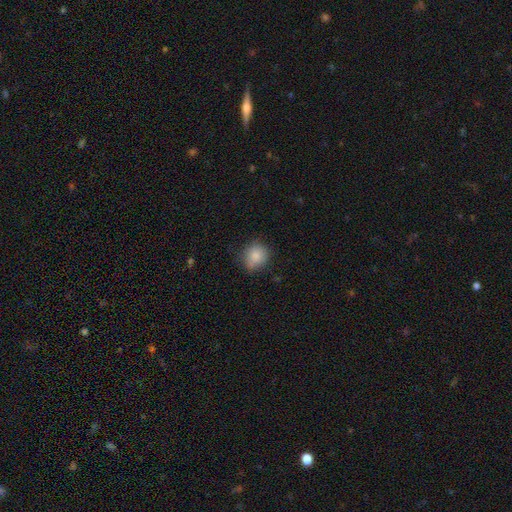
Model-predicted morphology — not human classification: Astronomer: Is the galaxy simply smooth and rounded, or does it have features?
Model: smooth — 83%.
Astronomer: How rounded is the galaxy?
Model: round — 76%.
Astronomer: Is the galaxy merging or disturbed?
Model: none — 67%.